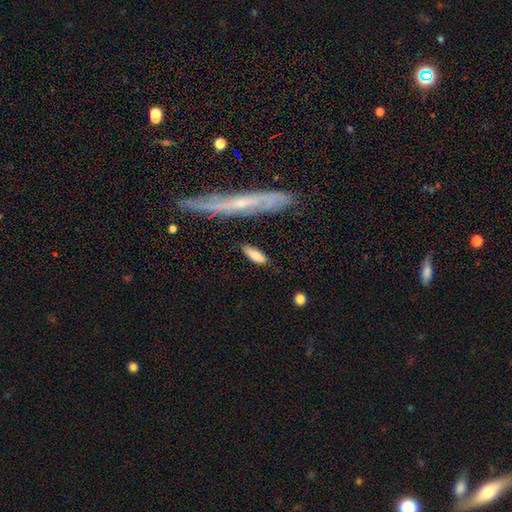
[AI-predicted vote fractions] Smooth or featured: smooth — 80% (featured or disk — 14%)
How rounded: in between — 59% (cigar-shaped — 39%)
Merging: none — 77% (minor disturbance — 15%)